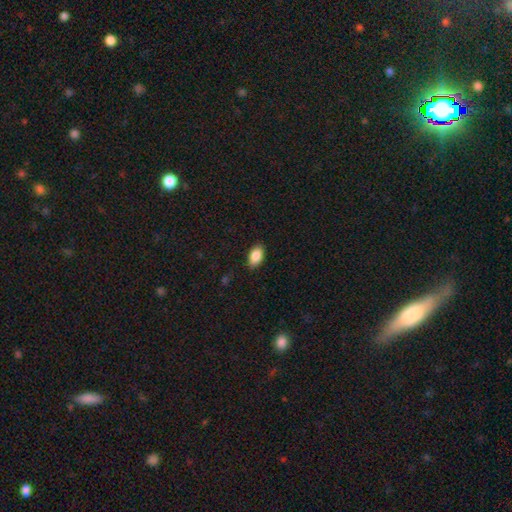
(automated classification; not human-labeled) This appears to be a smooth galaxy with no disk features (88%) that is in between round and cigar-shaped (92%). Merging: none (87%).